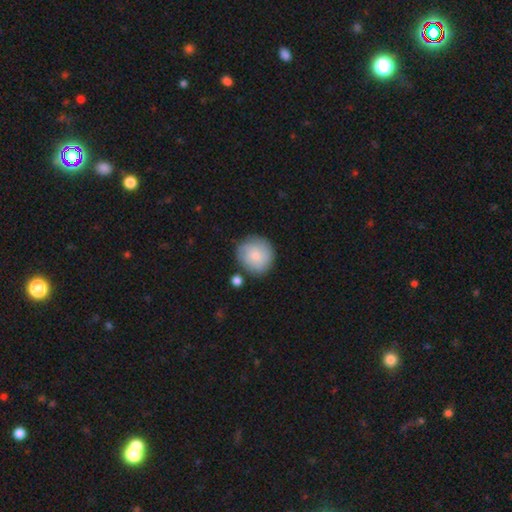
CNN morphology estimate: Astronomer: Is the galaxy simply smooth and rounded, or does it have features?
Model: smooth — 68%.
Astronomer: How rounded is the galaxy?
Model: round — 91%.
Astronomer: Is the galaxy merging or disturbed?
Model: none — 77%.